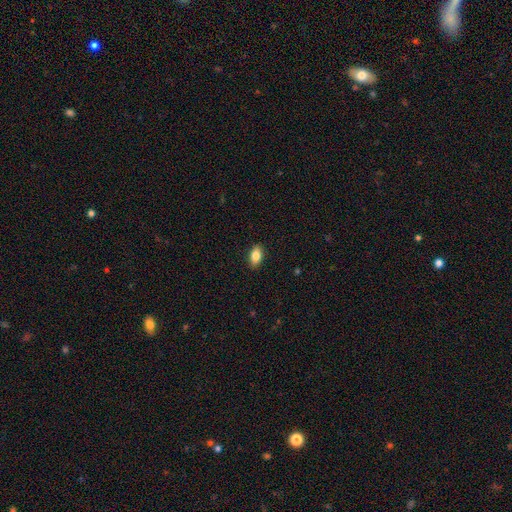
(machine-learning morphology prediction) Q: Smooth or featured?
A: smooth (83%); runner-up: featured or disk (10%)
Q: How rounded?
A: in between (89%); runner-up: round (6%)
Q: Merging?
A: none (89%); runner-up: minor disturbance (8%)